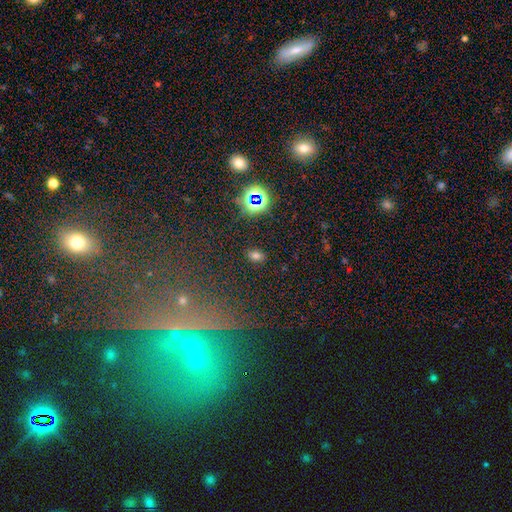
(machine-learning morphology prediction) This is likely a smooth galaxy (64%). How rounded: clearly in between (82%). Merging: clearly none (87%).